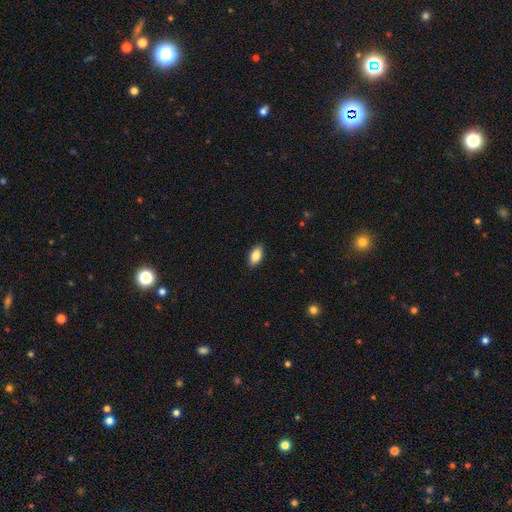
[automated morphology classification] The model was most divided on "smooth or featured": smooth: 86%, featured or disk: 7%, star or artifact: 7%. More confident: how rounded — in between (91%); merging — none (89%).